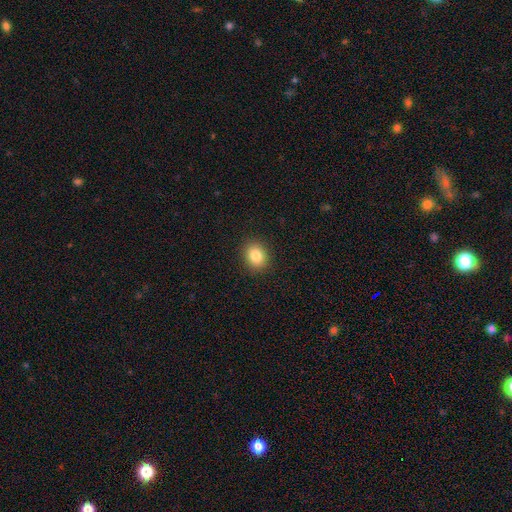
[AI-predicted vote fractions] Morphology: type=smooth (84%); roundness=round (58%); merging=none (90%).